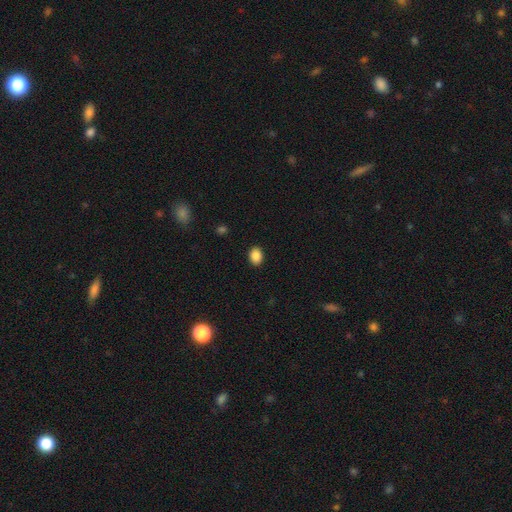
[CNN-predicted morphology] Smooth or featured: smooth — 88% (star or artifact — 9%)
How rounded: in between — 68% (round — 31%)
Merging: none — 90% (minor disturbance — 7%)